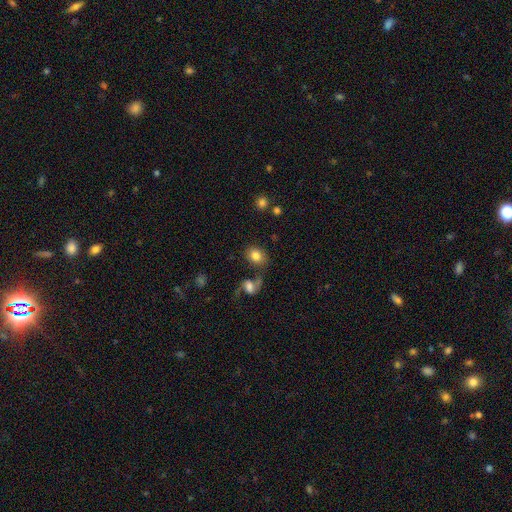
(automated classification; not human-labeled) Smooth or featured? Predicted: smooth (p=0.80). How rounded? Predicted: in between (p=0.50). Merging? Predicted: none (p=0.65).